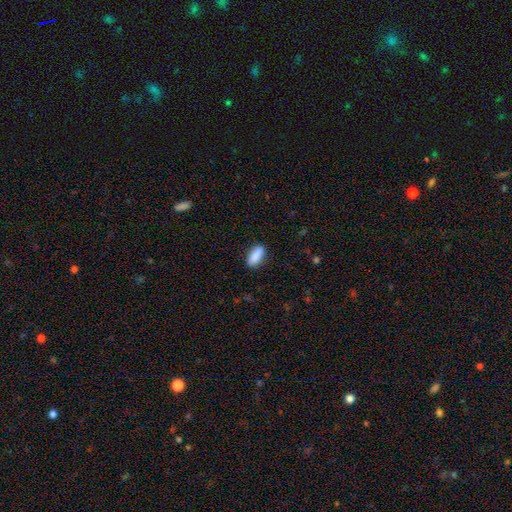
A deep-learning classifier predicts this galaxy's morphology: This is clearly a smooth galaxy (87%). How rounded: likely in between (76%). Merging: clearly none (87%).